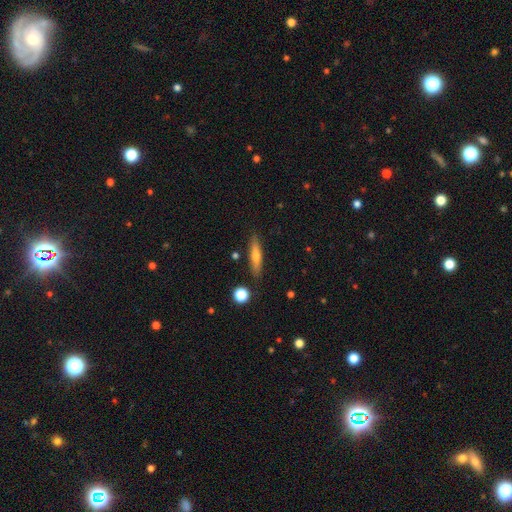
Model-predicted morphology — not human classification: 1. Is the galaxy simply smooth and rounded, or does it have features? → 59% smooth, 34% featured or disk, 7% star or artifact.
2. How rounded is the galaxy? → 82% cigar-shaped, 15% in between, 2% round.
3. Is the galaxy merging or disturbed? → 86% none, 10% minor disturbance, 3% merger, 2% major disturbance.